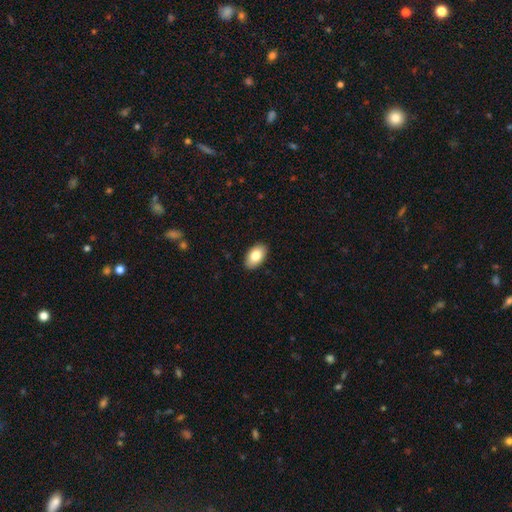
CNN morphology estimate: Smooth or featured?
  - smooth: 81% *
  - featured or disk: 12%
  - star or artifact: 7%
How rounded?
  - in between: 94% *
  - round: 5%
  - cigar-shaped: 1%
Merging?
  - none: 89% *
  - minor disturbance: 8%
  - major disturbance: 2%
  - merger: 1%